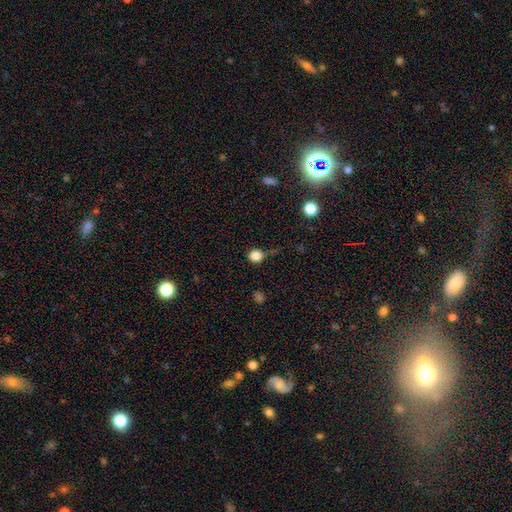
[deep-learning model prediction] Morphology: type=smooth (83%); roundness=round (86%); merging=none (68%).